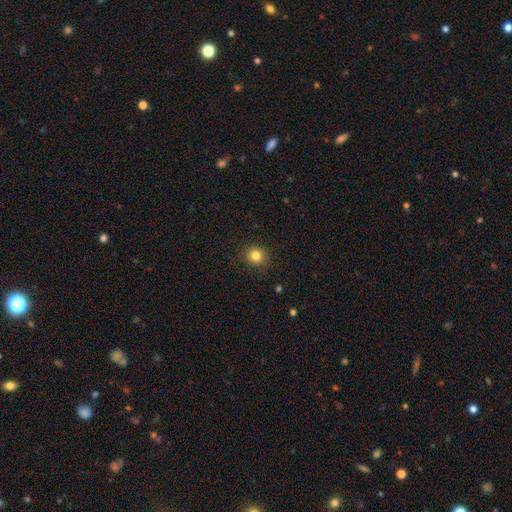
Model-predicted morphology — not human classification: smooth_or_featured: smooth (p=0.82) [alt: star or artifact p=0.12]
how_rounded: round (p=0.89) [alt: in between p=0.10]
merging: none (p=0.90) [alt: minor disturbance p=0.07]